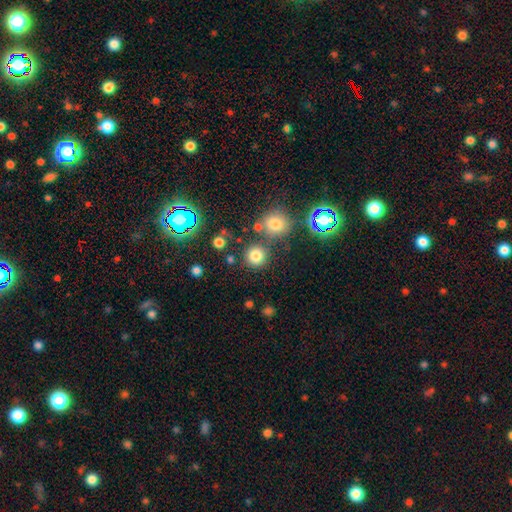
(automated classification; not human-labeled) Smooth or featured? Predicted: smooth (p=0.77). How rounded? Predicted: round (p=0.93). Merging? Predicted: none (p=0.80).